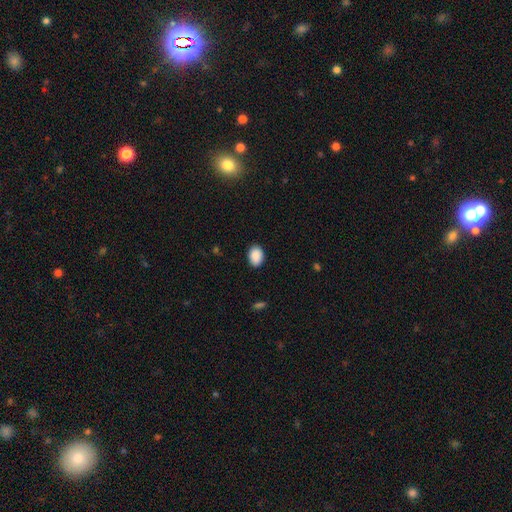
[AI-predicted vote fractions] This is clearly a smooth galaxy (90%). How rounded: likely in between (77%). Merging: clearly none (88%).